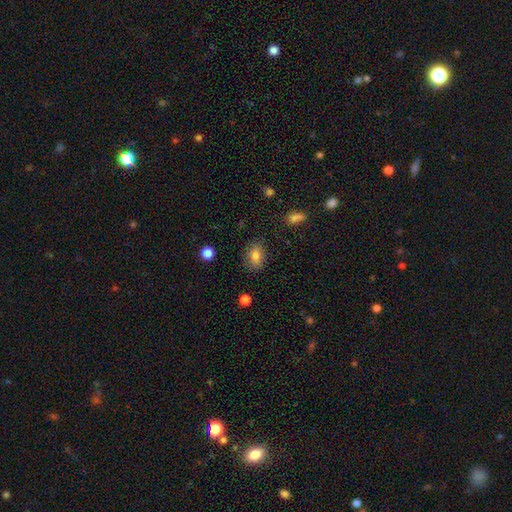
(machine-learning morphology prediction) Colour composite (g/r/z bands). It shows a smooth galaxy with no disk features (79%) that is in between round and cigar-shaped (75%). Merging: none (83%).